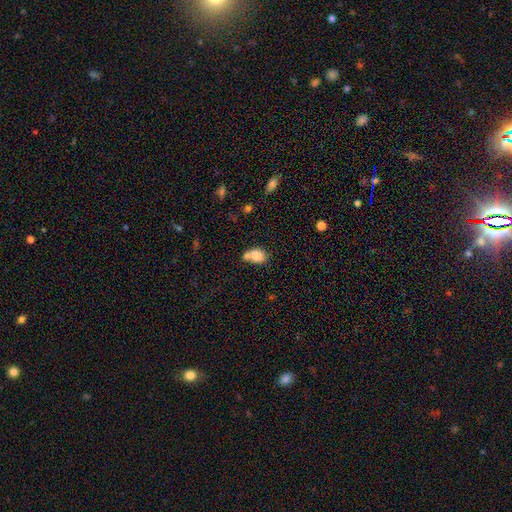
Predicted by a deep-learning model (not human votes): smooth_or_featured: smooth (p=0.80) [alt: featured or disk p=0.10]
how_rounded: in between (p=0.65) [alt: round p=0.33]
merging: merger (p=0.45) [alt: none p=0.33]